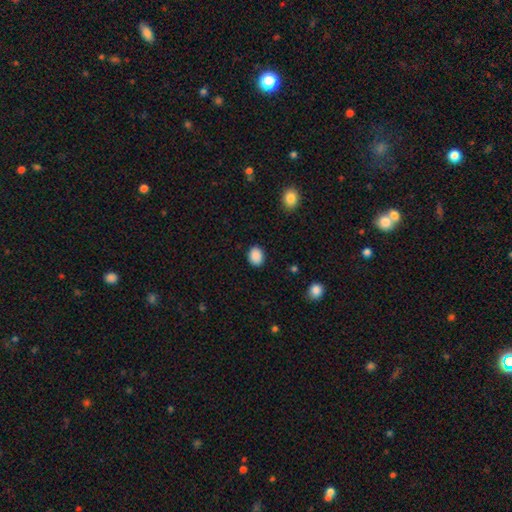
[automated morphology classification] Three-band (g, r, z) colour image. It shows a smooth galaxy with no disk features (89%) that is round (50%). Merging: none (88%).